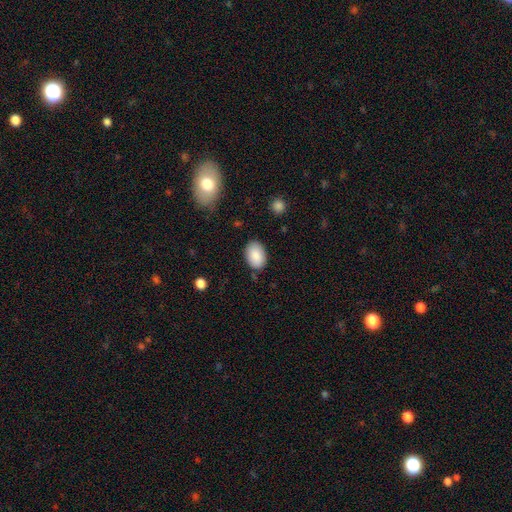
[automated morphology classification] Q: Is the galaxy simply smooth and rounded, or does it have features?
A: smooth — 88%.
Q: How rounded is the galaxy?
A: in between — 87%.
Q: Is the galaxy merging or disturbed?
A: none — 83%.